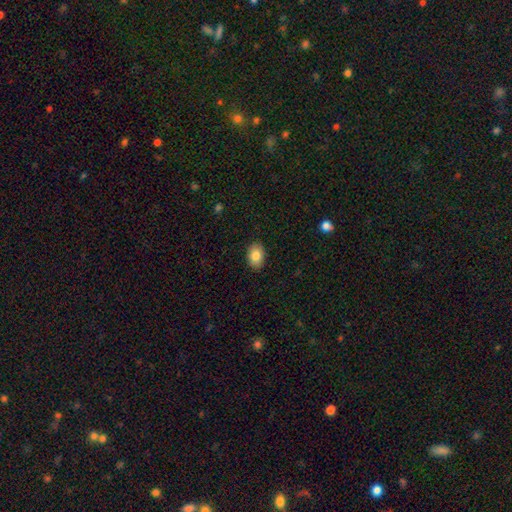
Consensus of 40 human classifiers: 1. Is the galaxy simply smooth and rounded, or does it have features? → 85% smooth, 10% featured or disk, 5% star or artifact.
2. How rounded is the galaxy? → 74% in between, 26% round, 0% cigar-shaped.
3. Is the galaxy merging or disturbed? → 79% none, 11% minor disturbance, 11% major disturbance, 0% merger.